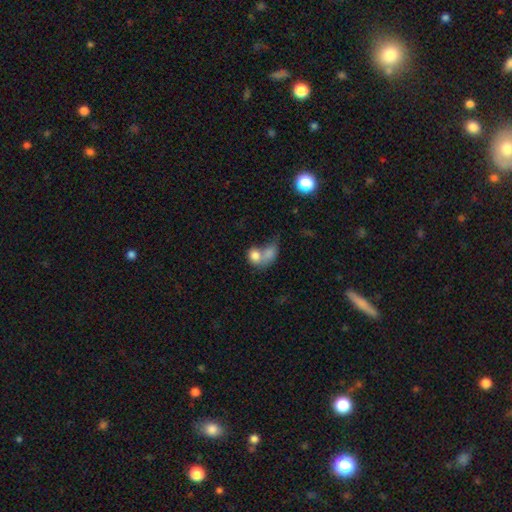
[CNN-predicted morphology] Smooth or featured? smooth (59%)
How rounded? round (54%)
Merging? merger (54%)